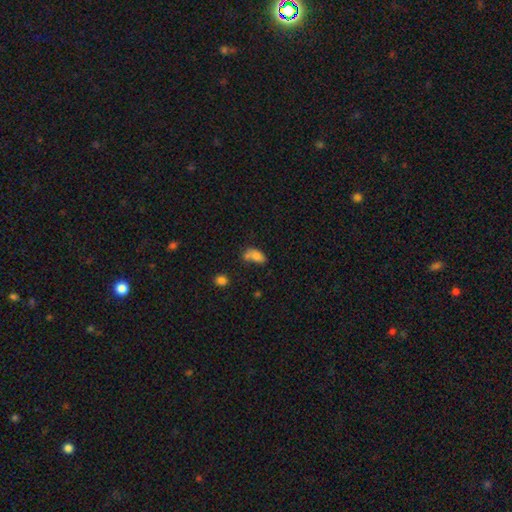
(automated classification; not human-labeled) Overall: smooth (74%). How rounded: in between (87%). Merging: none (34%; merger 32%).